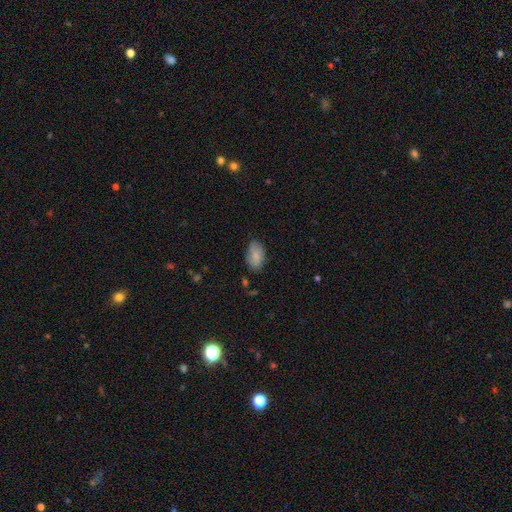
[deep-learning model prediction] Q: Smooth or featured?
A: smooth (85%); runner-up: featured or disk (8%)
Q: How rounded?
A: in between (93%); runner-up: round (5%)
Q: Merging?
A: none (79%); runner-up: minor disturbance (16%)